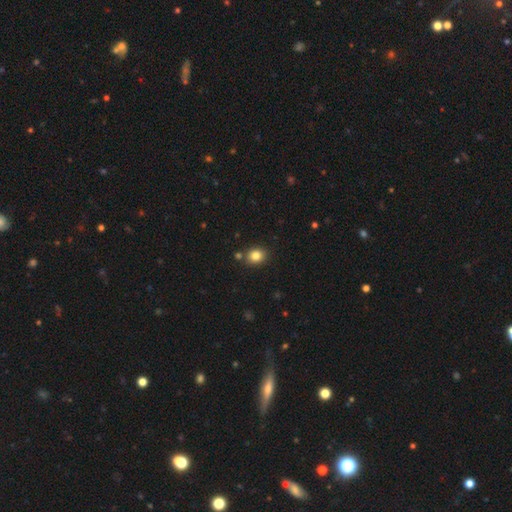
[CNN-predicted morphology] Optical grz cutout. It shows a smooth galaxy with no disk features (83%) that is round (62%). Merging: none (82%).